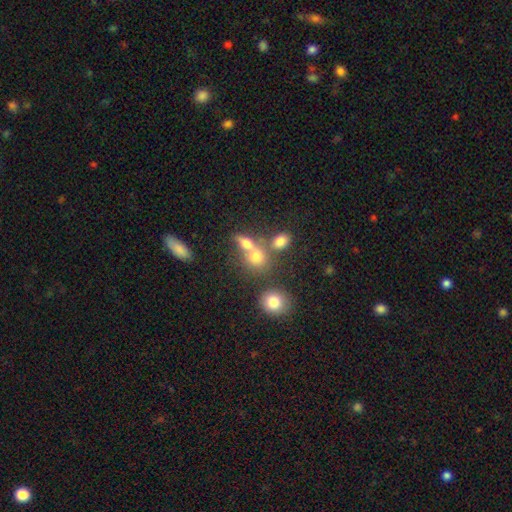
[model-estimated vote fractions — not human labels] smooth-or-featured: smooth: 68% | featured or disk: 16% | star or artifact: 16%
  how-rounded: round: 62% | in between: 35% | cigar-shaped: 3%
  merging: merger: 49% | none: 36% | minor disturbance: 9% | major disturbance: 6%